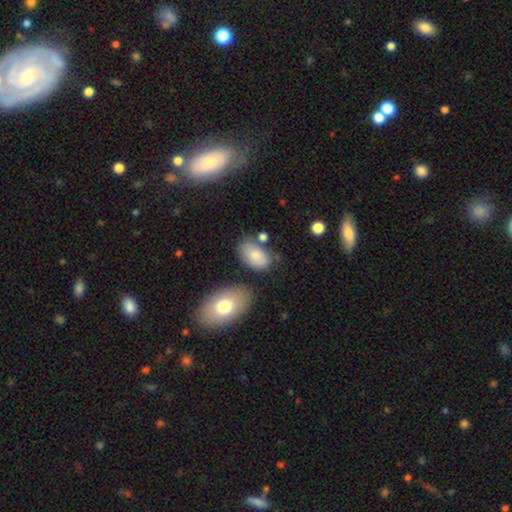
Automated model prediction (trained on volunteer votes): smooth_or_featured: smooth (p=0.79) [alt: featured or disk p=0.13]
how_rounded: in between (p=0.92) [alt: round p=0.06]
merging: none (p=0.59) [alt: minor disturbance p=0.23]